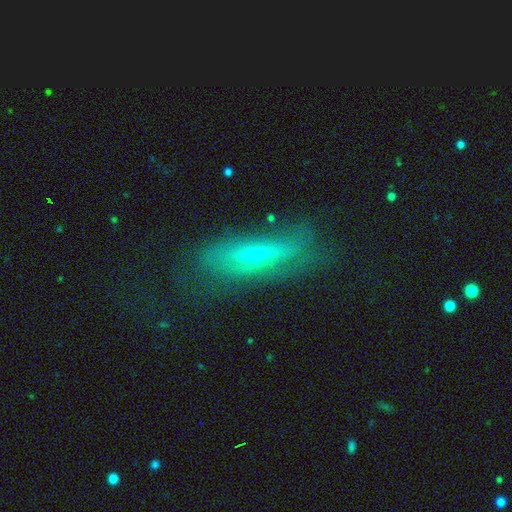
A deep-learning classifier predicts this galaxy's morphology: This appears to be a featured or disk galaxy (51%) viewed edge-on (67%). Merging: none (68%).